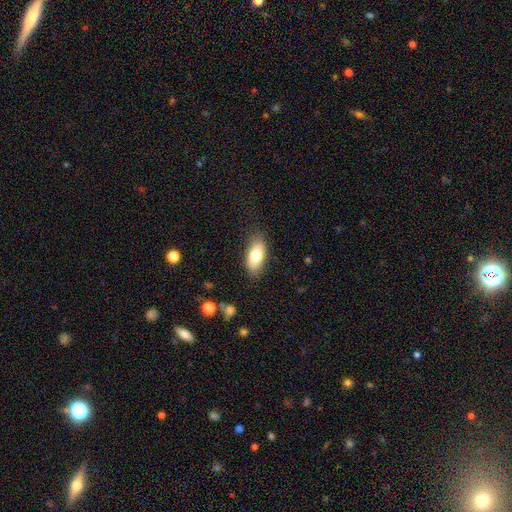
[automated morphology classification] type=smooth (75%); roundness=in between (87%); merging=none (83%).